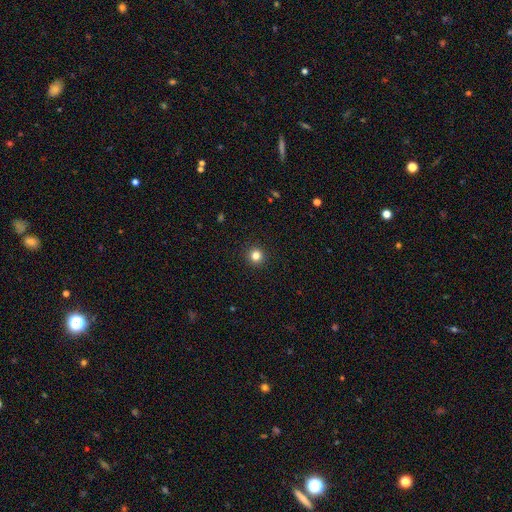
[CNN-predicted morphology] smooth-or-featured: smooth: 82% | star or artifact: 13% | featured or disk: 5%
  how-rounded: round: 95% | in between: 4% | cigar-shaped: 1%
  merging: none: 93% | minor disturbance: 4% | major disturbance: 2% | merger: 1%